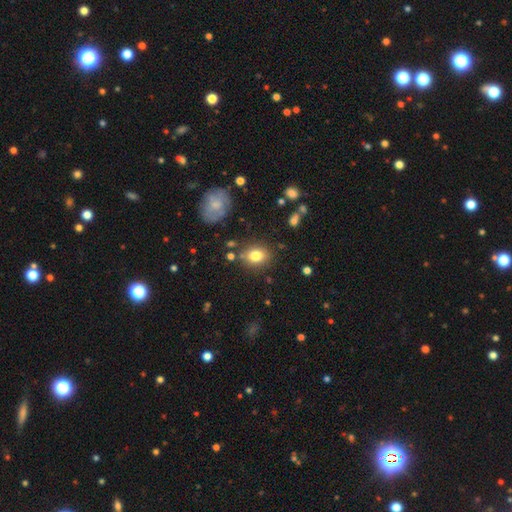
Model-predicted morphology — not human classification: This is clearly a smooth galaxy (80%). How rounded: possibly in between (55%). Merging: likely none (80%).